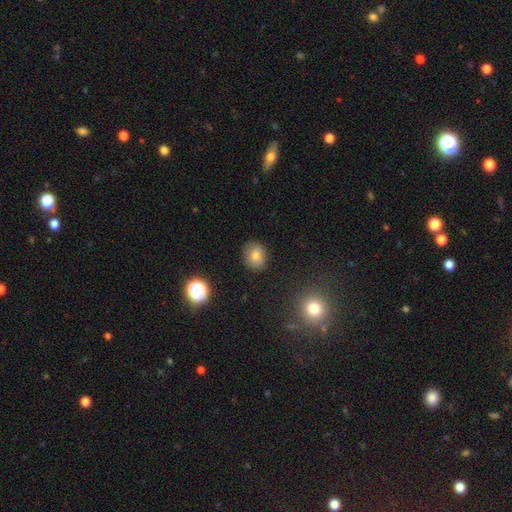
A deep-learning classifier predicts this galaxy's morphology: smooth_or_featured: smooth (p=0.77) [alt: star or artifact p=0.13]
how_rounded: round (p=0.67) [alt: in between p=0.32]
merging: none (p=0.86) [alt: minor disturbance p=0.10]